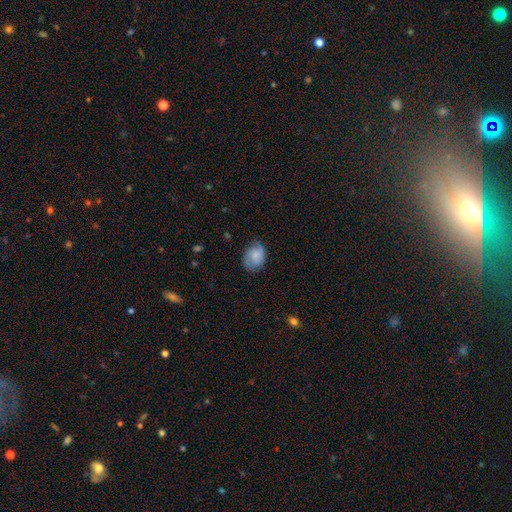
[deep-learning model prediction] This is likely a smooth galaxy (72%). How rounded: likely in between (62%). Merging: likely none (63%).